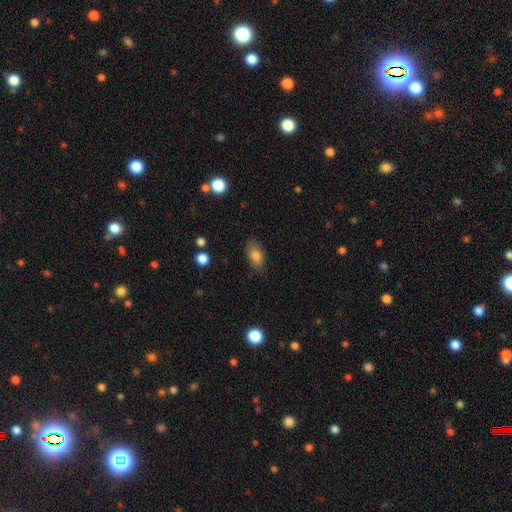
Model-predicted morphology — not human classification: Smooth or featured?
  - smooth: 83% *
  - featured or disk: 9%
  - star or artifact: 8%
How rounded?
  - in between: 90% *
  - round: 5%
  - cigar-shaped: 5%
Merging?
  - none: 83% *
  - minor disturbance: 13%
  - major disturbance: 3%
  - merger: 1%